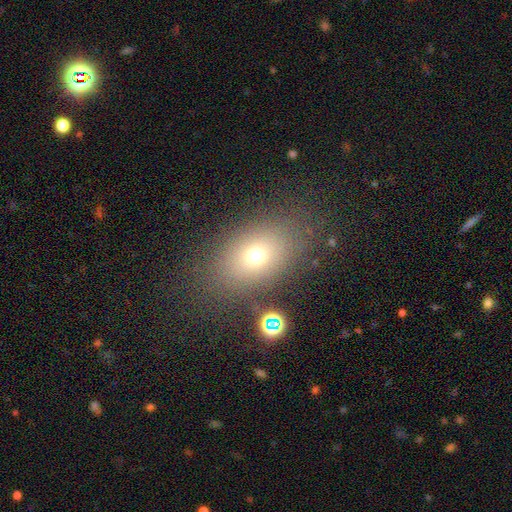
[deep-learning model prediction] smooth 69%, star or artifact 16%, featured or disk 15%. Down the decision tree: how rounded — in between (77%); merging — none (79%).